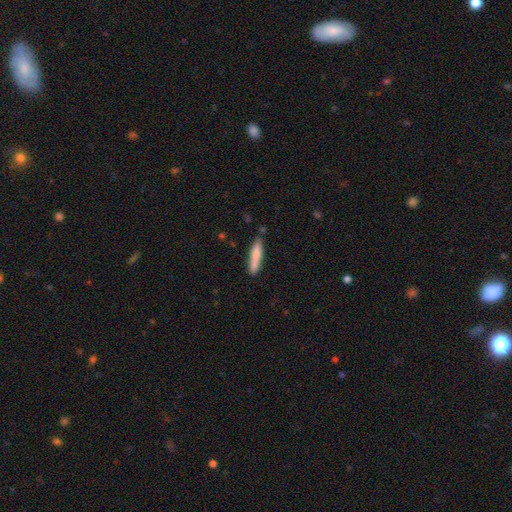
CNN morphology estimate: Overall: smooth (79%). How rounded: cigar-shaped (86%). Merging: none (77%).